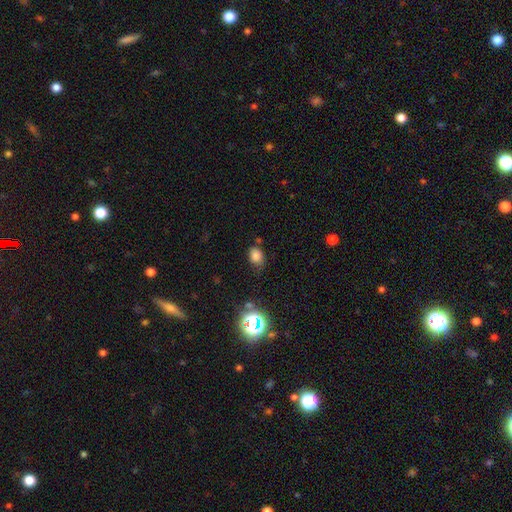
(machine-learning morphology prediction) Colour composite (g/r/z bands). It shows a smooth galaxy with no disk features (77%) that is in between round and cigar-shaped (61%). Merging: none (64%).